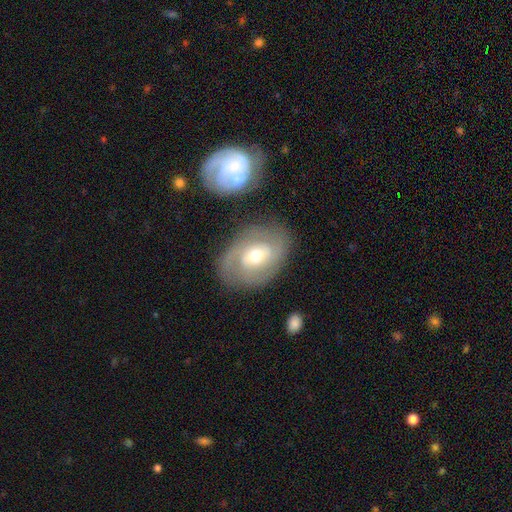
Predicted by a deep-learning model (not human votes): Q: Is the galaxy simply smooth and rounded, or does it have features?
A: featured or disk — 70%.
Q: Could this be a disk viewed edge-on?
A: no — 95%.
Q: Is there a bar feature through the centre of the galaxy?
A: no — 46%.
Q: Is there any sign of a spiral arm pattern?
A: yes — 77%.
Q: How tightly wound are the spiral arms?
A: tight — 46%.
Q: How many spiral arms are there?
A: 2 — 63%.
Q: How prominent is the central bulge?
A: moderate — 70%.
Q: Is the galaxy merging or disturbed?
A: none — 75%.